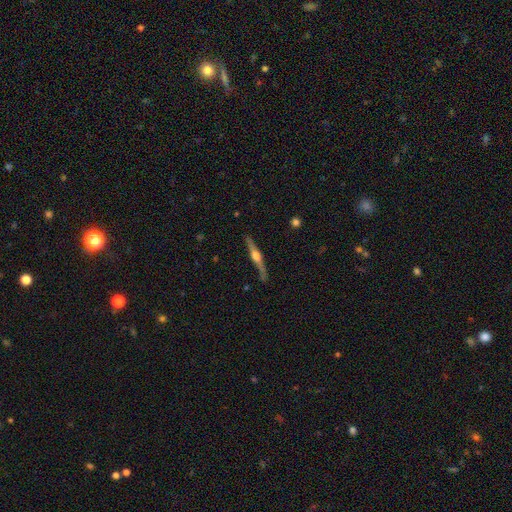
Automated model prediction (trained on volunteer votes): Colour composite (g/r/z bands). It shows a featured or disk galaxy (81%) viewed edge-on (98%) with a rounded central bulge (92%). Merging: none (84%).